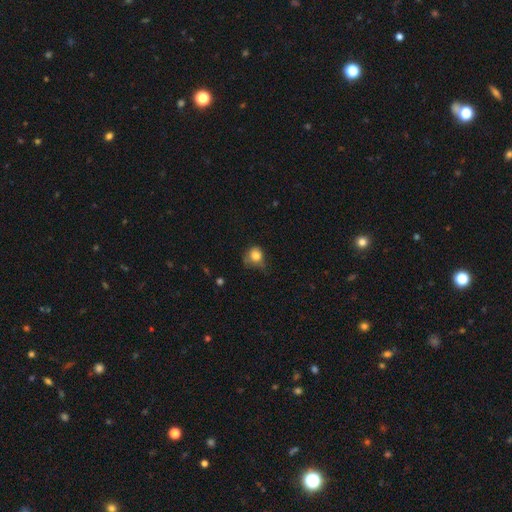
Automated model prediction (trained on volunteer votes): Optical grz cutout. It shows a smooth galaxy with no disk features (79%) that is round (63%). Merging: minor disturbance (38%).